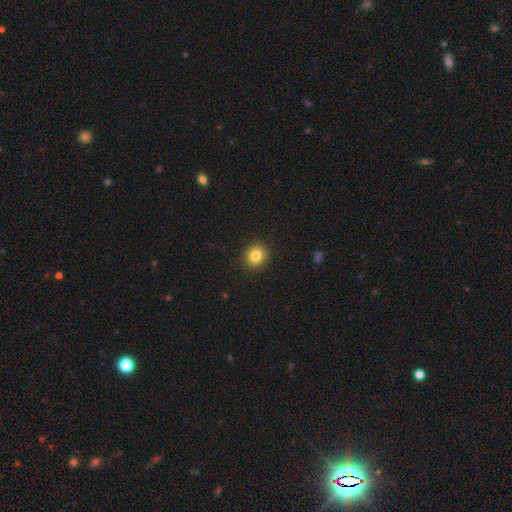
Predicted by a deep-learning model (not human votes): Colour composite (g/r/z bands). It shows a smooth galaxy with no disk features (83%) that is round (83%). Merging: none (91%).